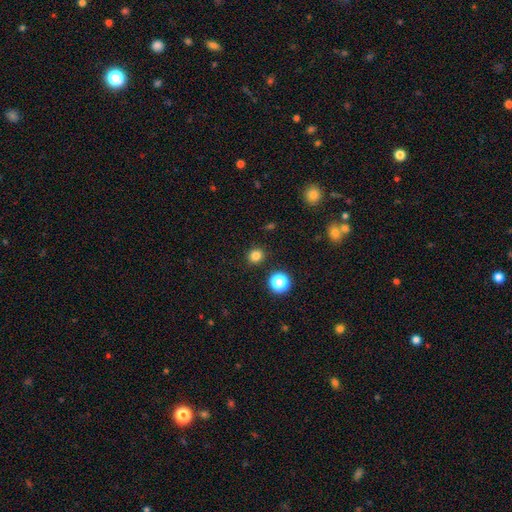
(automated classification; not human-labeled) A smooth galaxy with no disk features (80%) that is round (87%).

Vote fractions:
- Smooth or featured? smooth: 80% / star or artifact: 15% / featured or disk: 4%
- How rounded? round: 87% / in between: 12% / cigar-shaped: 1%
- Merging? none: 90% / minor disturbance: 6% / major disturbance: 2% / merger: 2%